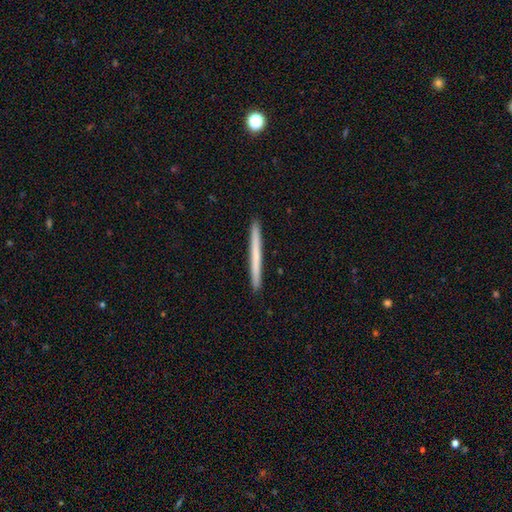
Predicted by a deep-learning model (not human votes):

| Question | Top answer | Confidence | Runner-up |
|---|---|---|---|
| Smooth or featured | smooth | 57% | featured or disk (37%) |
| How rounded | cigar-shaped | 98% | in between (1%) |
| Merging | none | 93% | minor disturbance (5%) |